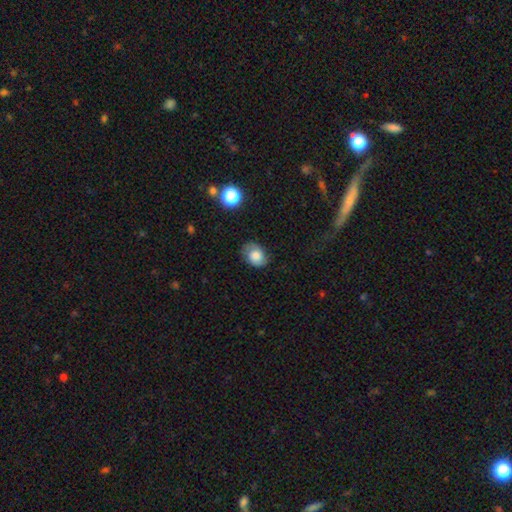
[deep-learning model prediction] This is possibly a smooth galaxy (57%). How rounded: possibly in between (58%). Merging: likely none (71%).